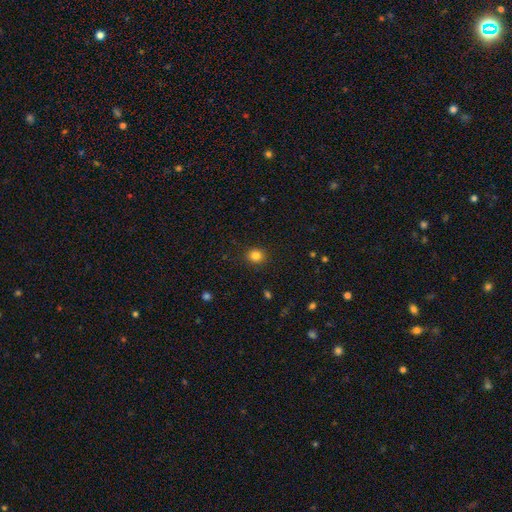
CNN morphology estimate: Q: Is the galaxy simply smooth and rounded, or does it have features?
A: smooth — 83%.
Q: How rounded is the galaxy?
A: round — 84%.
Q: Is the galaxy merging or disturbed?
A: none — 91%.